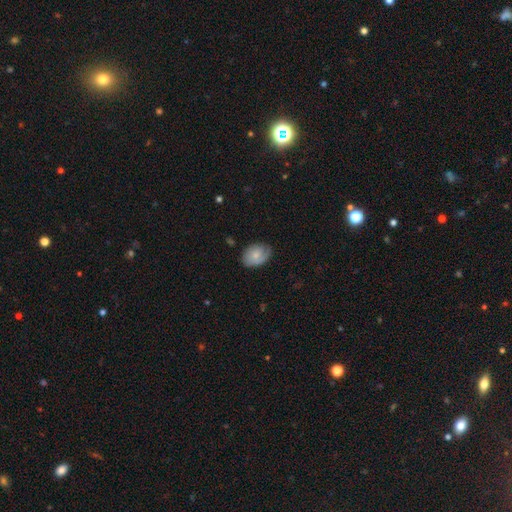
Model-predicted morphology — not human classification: Smooth or featured? Predicted: smooth (p=0.55). How rounded? Predicted: in between (p=0.78). Merging? Predicted: none (p=0.66).